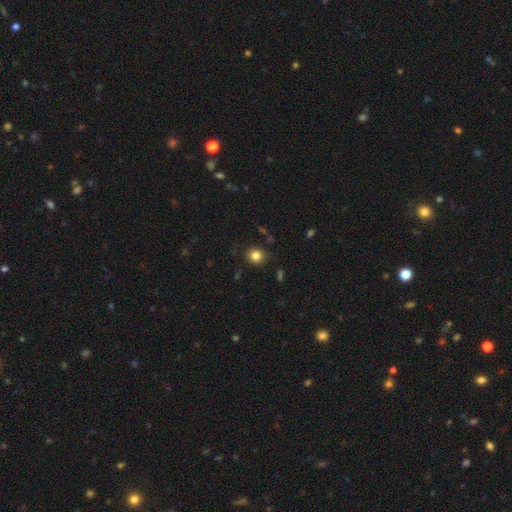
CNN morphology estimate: A smooth galaxy with no disk features (83%) that is round (84%). Merging: none (88%).